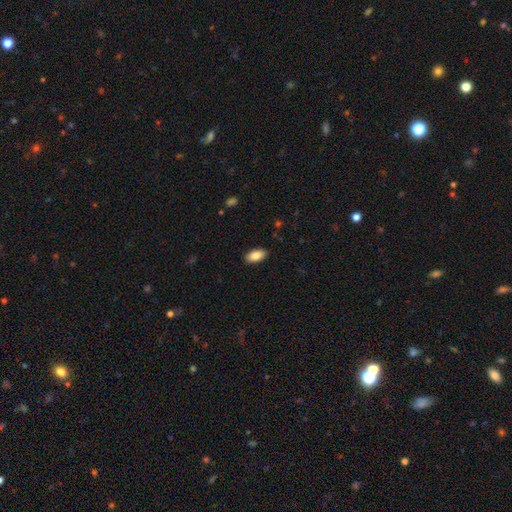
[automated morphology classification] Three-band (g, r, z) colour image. It shows a smooth galaxy with no disk features (86%) that is in between round and cigar-shaped (94%). Merging: none (89%).